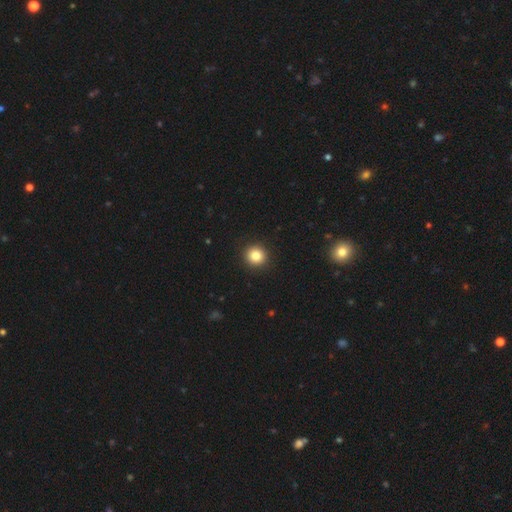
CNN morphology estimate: A smooth galaxy with no disk features (84%) that is round (93%). Merging: none (93%).